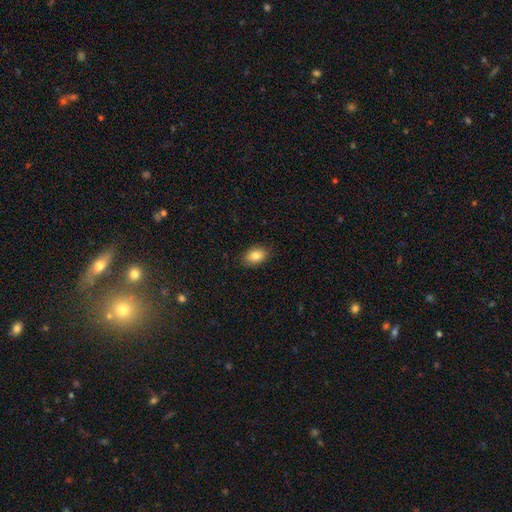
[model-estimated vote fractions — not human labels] Smooth or featured? Predicted: smooth (p=0.84). How rounded? Predicted: in between (p=0.84). Merging? Predicted: none (p=0.86).